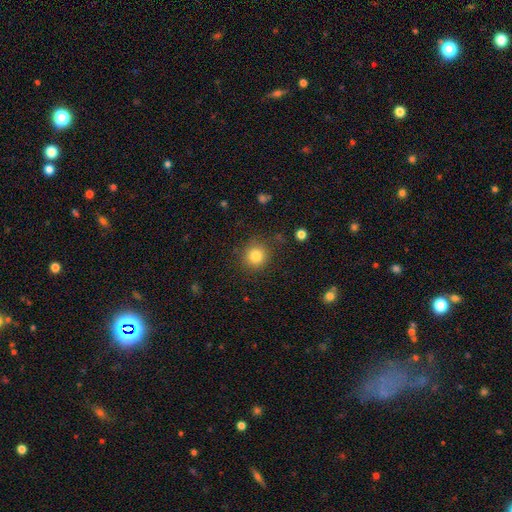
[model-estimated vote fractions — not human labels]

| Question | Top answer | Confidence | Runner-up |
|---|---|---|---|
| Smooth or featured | smooth | 83% | star or artifact (11%) |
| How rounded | round | 91% | in between (8%) |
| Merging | none | 86% | minor disturbance (9%) |